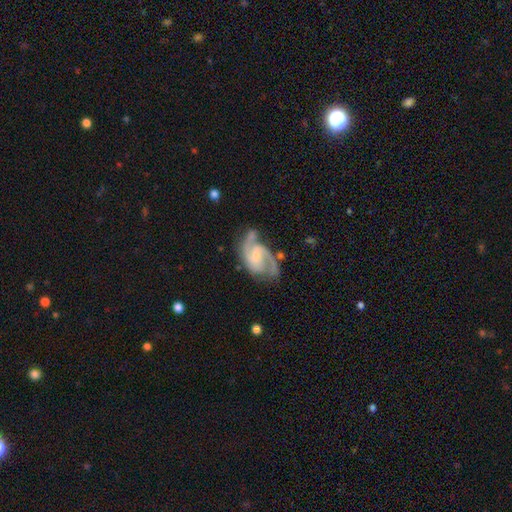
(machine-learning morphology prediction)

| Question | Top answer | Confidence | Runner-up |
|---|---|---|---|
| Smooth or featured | featured or disk | 90% | smooth (6%) |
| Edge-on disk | no | 98% | yes (2%) |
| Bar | weak | 48% | no (39%) |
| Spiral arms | yes | 98% | no (2%) |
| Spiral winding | medium | 59% | tight (24%) |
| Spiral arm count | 2 | 86% | 3 (6%) |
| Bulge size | small | 63% | moderate (26%) |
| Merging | none | 64% | minor disturbance (22%) |